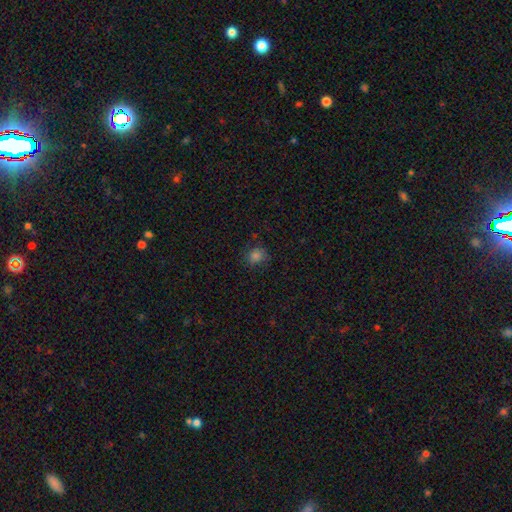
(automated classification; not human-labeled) smooth 79%, star or artifact 15%, featured or disk 6%. Down the decision tree: how rounded — round (71%); merging — none (74%).